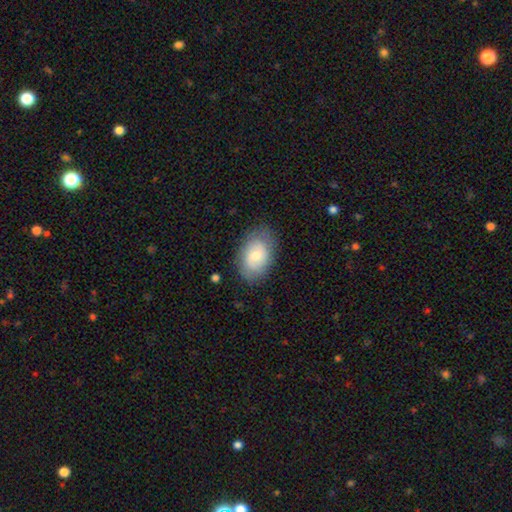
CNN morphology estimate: Smooth or featured? smooth (67%)
How rounded? in between (87%)
Merging? none (76%)